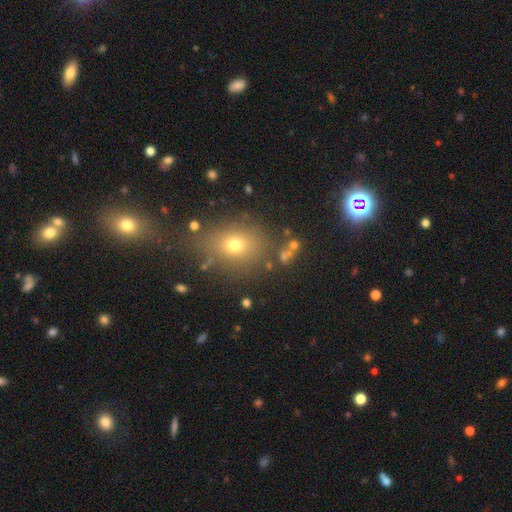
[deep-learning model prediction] Smooth or featured? smooth (59%)
How rounded? round (52%)
Merging? none (73%)